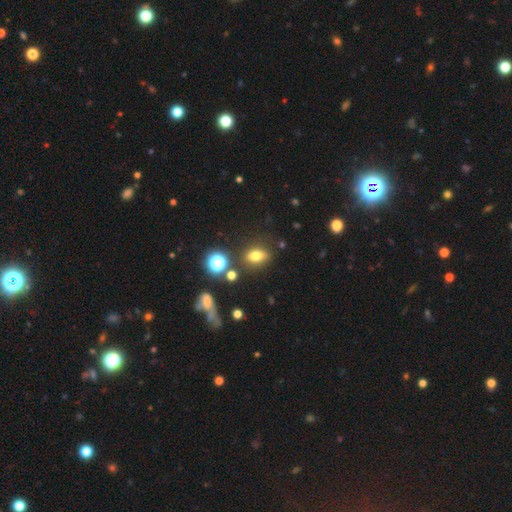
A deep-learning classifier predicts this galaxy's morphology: Smooth or featured? Predicted: smooth (p=0.70). How rounded? Predicted: in between (p=0.72). Merging? Predicted: none (p=0.76).